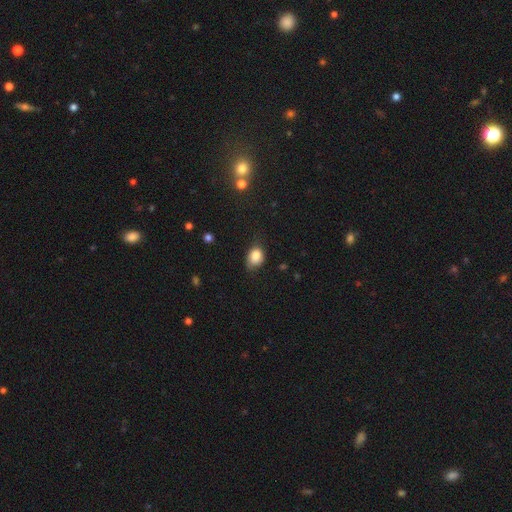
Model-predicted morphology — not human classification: smooth_or_featured: smooth (p=0.83) [alt: star or artifact p=0.09]
how_rounded: in between (p=0.61) [alt: round p=0.38]
merging: none (p=0.59) [alt: minor disturbance p=0.32]